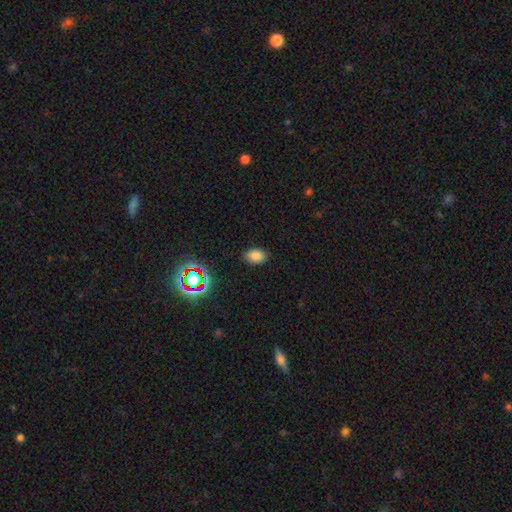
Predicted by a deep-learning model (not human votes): Overall: smooth (80%). How rounded: in between (80%). Merging: none (86%).